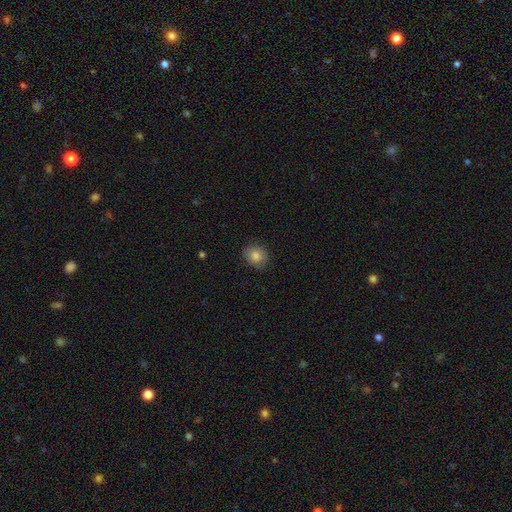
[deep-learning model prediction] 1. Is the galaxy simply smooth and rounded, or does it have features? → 83% smooth, 9% star or artifact, 8% featured or disk.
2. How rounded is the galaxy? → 71% round, 28% in between, 1% cigar-shaped.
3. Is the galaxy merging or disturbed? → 81% none, 15% minor disturbance, 3% major disturbance, 1% merger.